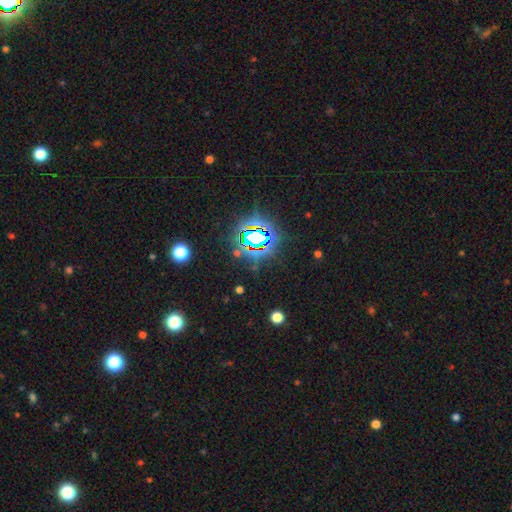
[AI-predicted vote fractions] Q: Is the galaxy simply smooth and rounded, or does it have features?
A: star or artifact — 83%.